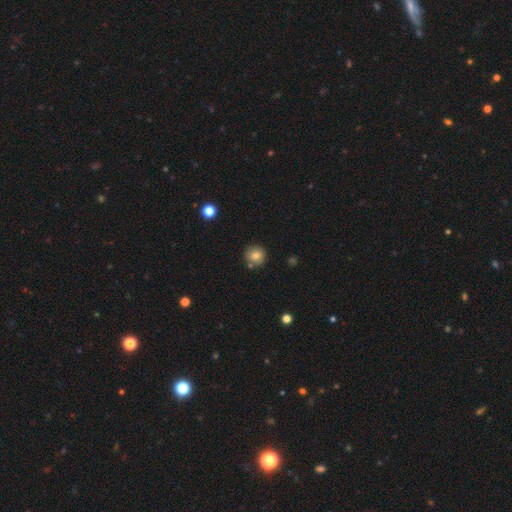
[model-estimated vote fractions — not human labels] Morphology: type=smooth (78%); roundness=round (91%); merging=none (78%).